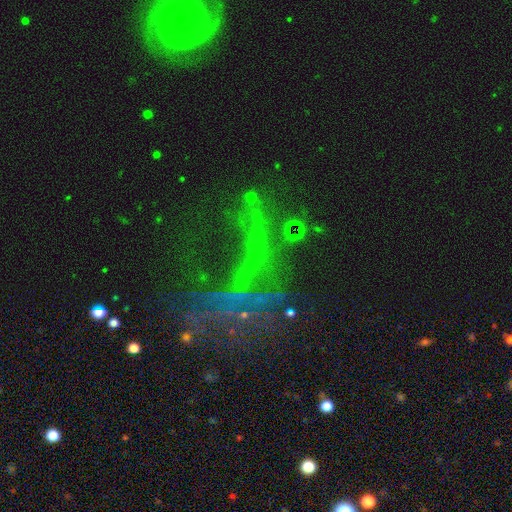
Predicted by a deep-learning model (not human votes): smooth-or-featured: star or artifact: 56% | featured or disk: 30% | smooth: 14%